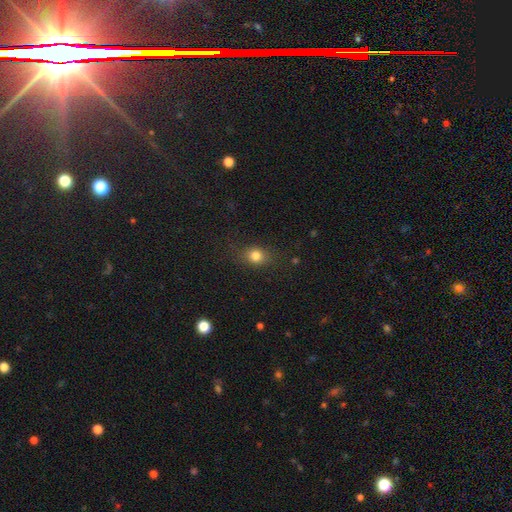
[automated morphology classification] Overall: smooth (79%). How rounded: round (58%; in between 40%). Merging: none (81%).